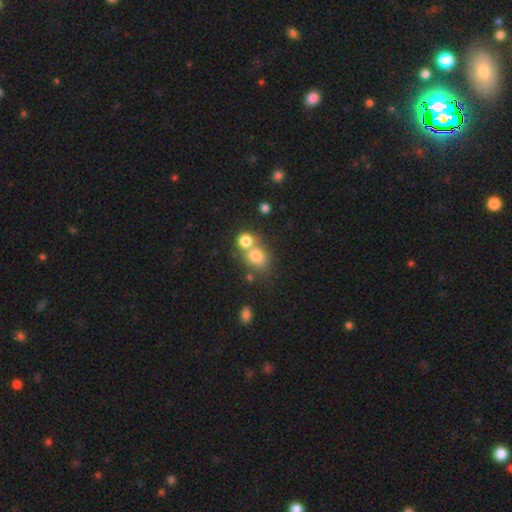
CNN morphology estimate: Smooth or featured?
  - smooth: 76% *
  - star or artifact: 13%
  - featured or disk: 11%
How rounded?
  - round: 66% *
  - in between: 33%
  - cigar-shaped: 1%
Merging?
  - merger: 47% *
  - none: 41%
  - minor disturbance: 9%
  - major disturbance: 4%